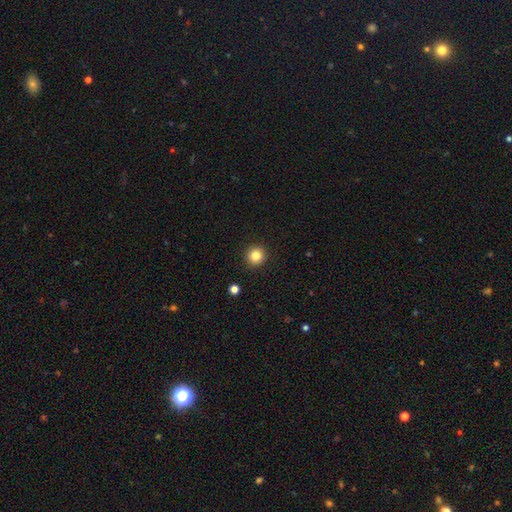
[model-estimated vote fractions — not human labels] Smooth or featured? Predicted: smooth (p=0.83). How rounded? Predicted: round (p=0.94). Merging? Predicted: none (p=0.92).